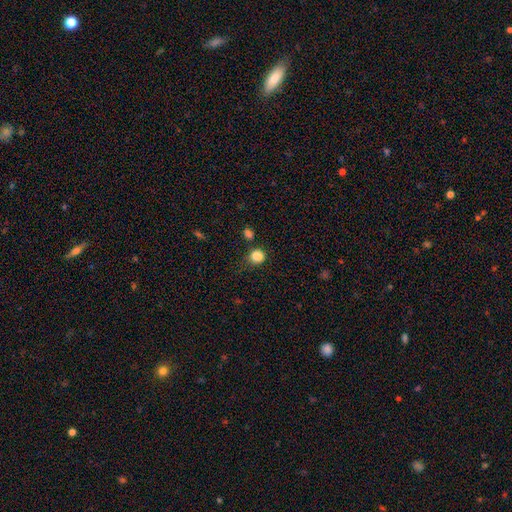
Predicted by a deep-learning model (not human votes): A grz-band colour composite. It shows a smooth galaxy with no disk features (84%) that is round (74%). Merging: none (64%).